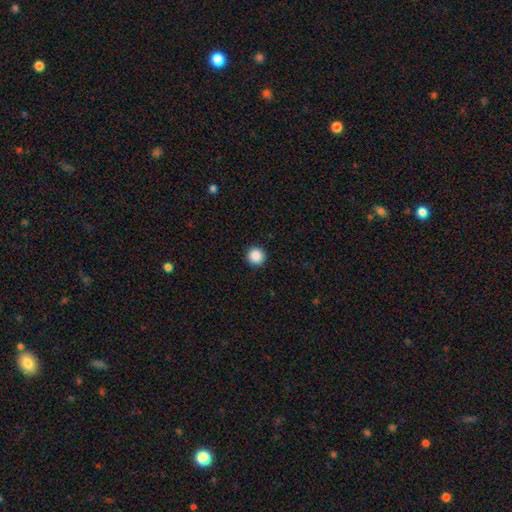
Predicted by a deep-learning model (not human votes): Morphology: type=smooth (88%); roundness=round (96%); merging=none (93%).